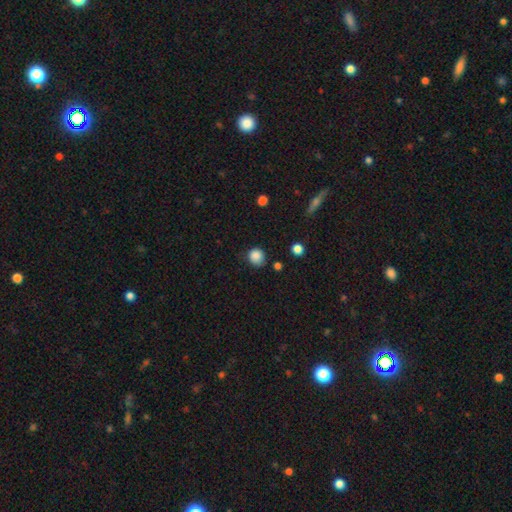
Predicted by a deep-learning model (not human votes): Overall: smooth (86%). How rounded: round (87%). Merging: none (75%).